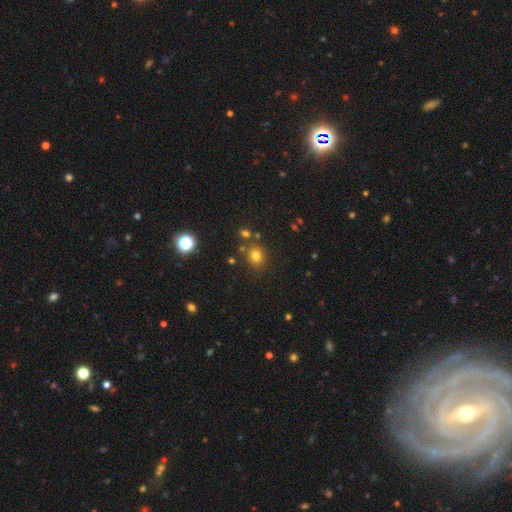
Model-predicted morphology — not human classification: smooth 74%, star or artifact 18%, featured or disk 8%. Down the decision tree: how rounded — round (77%); merging — none (80%).